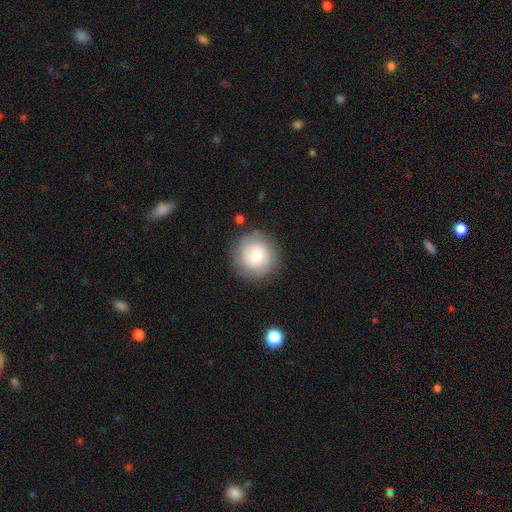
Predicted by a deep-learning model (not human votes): smooth 48%, featured or disk 44%, star or artifact 8%. Down the decision tree: merging — none (84%).